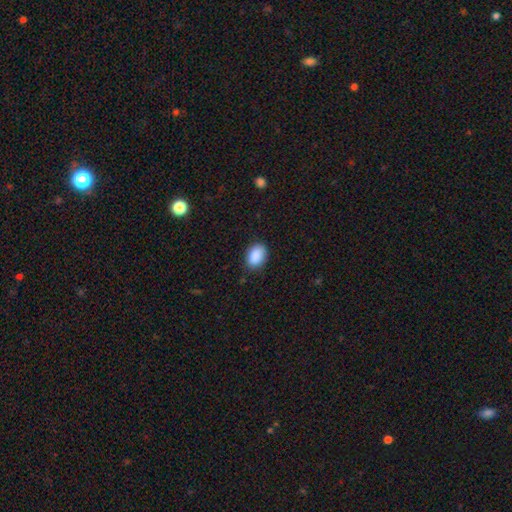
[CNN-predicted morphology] Smooth or featured? smooth (90%)
How rounded? in between (82%)
Merging? none (84%)